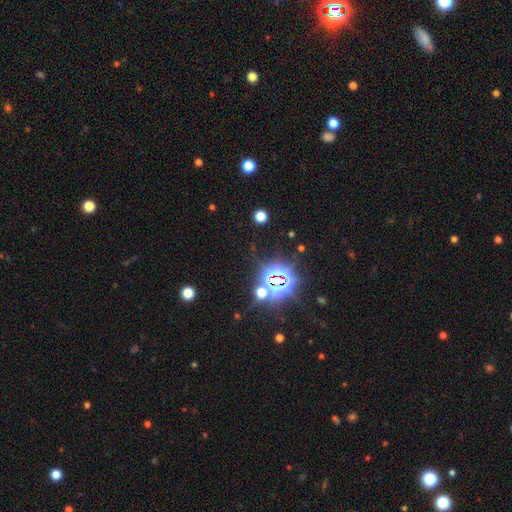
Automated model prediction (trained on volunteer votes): Overall: star or artifact (82%).